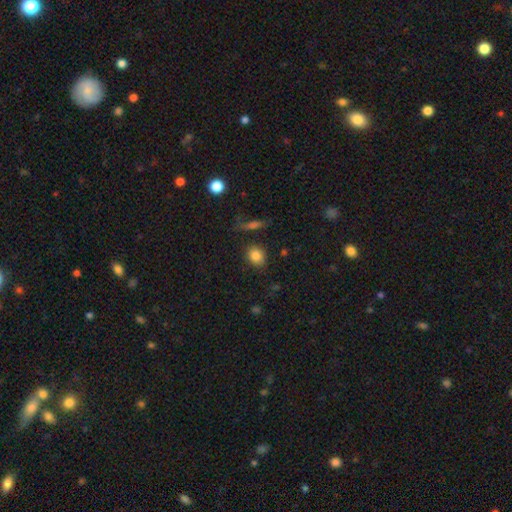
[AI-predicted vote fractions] This is clearly a smooth galaxy (84%). How rounded: likely round (63%). Merging: clearly none (83%).